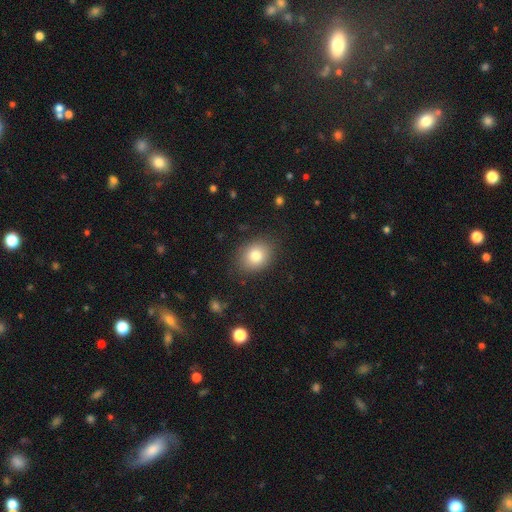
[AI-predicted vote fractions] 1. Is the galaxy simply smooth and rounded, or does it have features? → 80% smooth, 10% star or artifact, 10% featured or disk.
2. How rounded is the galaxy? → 52% round, 48% in between, 1% cigar-shaped.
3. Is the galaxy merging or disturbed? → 84% none, 11% minor disturbance, 3% major disturbance, 1% merger.